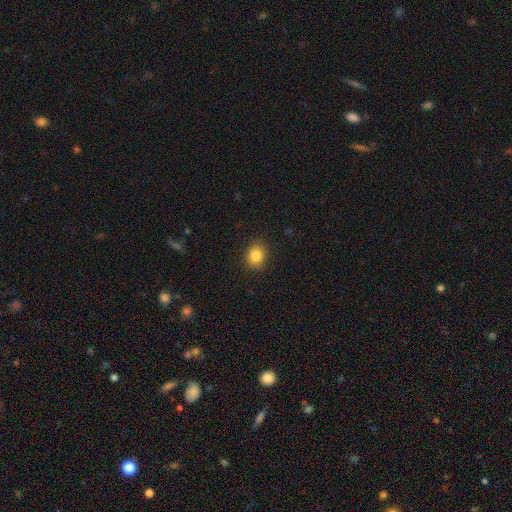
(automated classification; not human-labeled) Smooth or featured: smooth — 84% (star or artifact — 10%)
How rounded: round — 53% (in between — 46%)
Merging: none — 87% (minor disturbance — 9%)